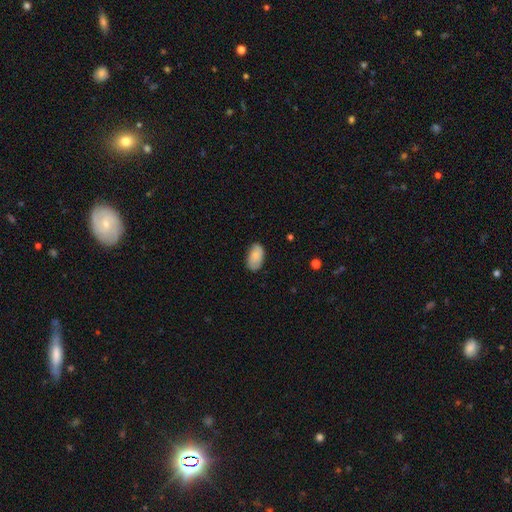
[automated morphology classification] A smooth galaxy with no disk features (81%) that is in between round and cigar-shaped (94%).

Vote fractions:
- Smooth or featured? smooth: 81% / featured or disk: 13% / star or artifact: 7%
- How rounded? in between: 94% / round: 4% / cigar-shaped: 2%
- Merging? none: 75% / minor disturbance: 20% / major disturbance: 4% / merger: 1%